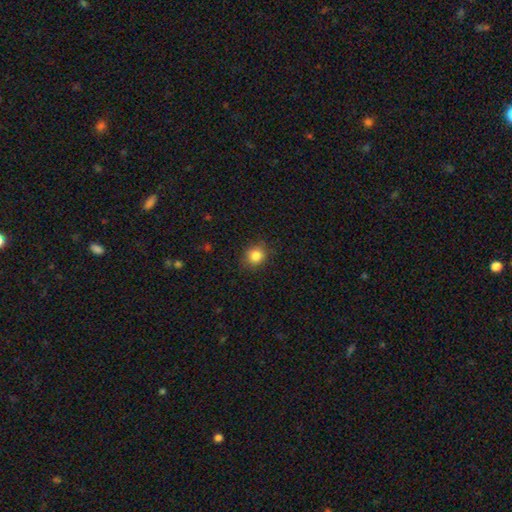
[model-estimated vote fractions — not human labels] Q: Smooth or featured?
A: smooth (84%); runner-up: star or artifact (11%)
Q: How rounded?
A: round (78%); runner-up: in between (21%)
Q: Merging?
A: none (85%); runner-up: minor disturbance (11%)